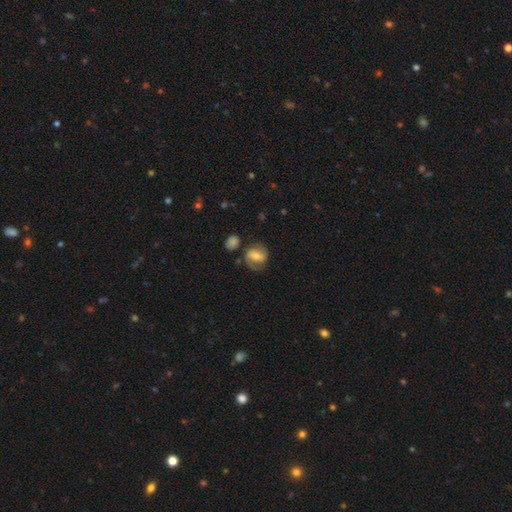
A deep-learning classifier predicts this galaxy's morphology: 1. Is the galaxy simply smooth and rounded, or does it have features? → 49% featured or disk, 43% smooth, 8% star or artifact.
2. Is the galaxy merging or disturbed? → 62% none, 21% minor disturbance, 12% major disturbance, 5% merger.